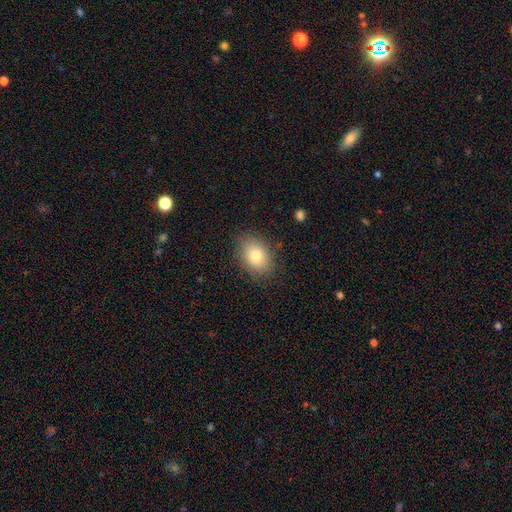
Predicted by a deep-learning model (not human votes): Smooth or featured: smooth — 81% (featured or disk — 10%)
How rounded: in between — 78% (round — 21%)
Merging: none — 86% (minor disturbance — 11%)